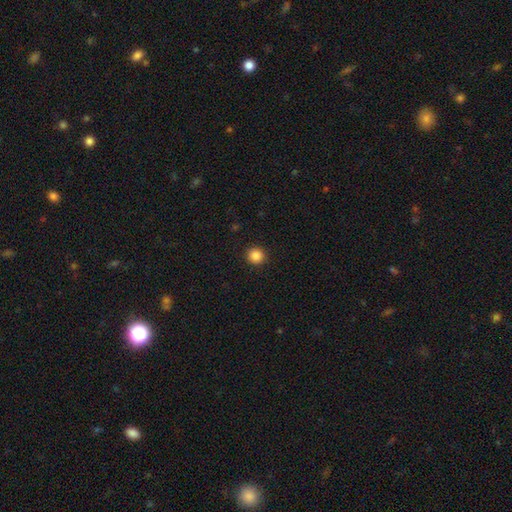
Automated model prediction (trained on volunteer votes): Smooth or featured: smooth — 86% (star or artifact — 11%)
How rounded: round — 93% (in between — 6%)
Merging: none — 93% (minor disturbance — 5%)